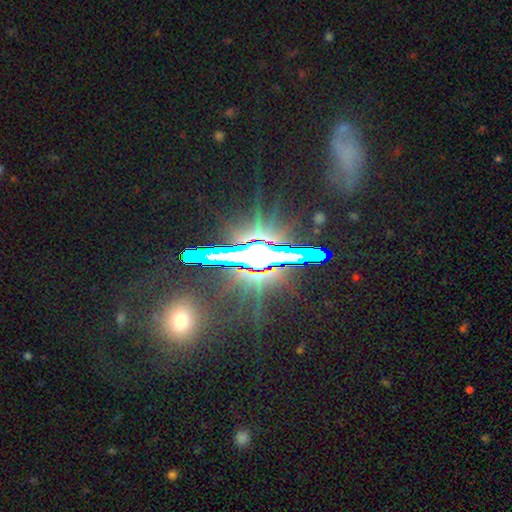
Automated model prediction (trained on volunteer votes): This is likely a star or artifact rather than a galaxy (77%).